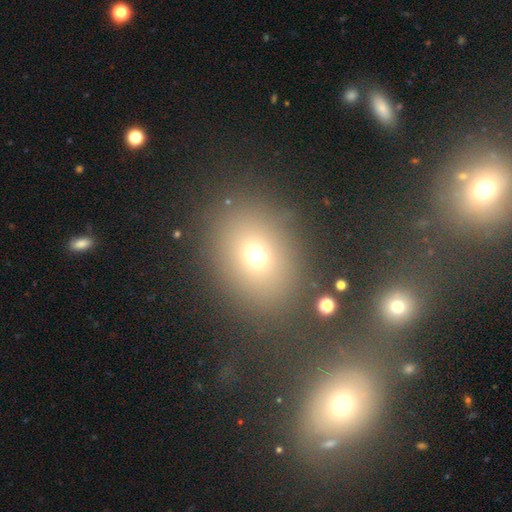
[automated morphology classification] Smooth or featured? smooth (67%)
How rounded? round (54%)
Merging? none (80%)